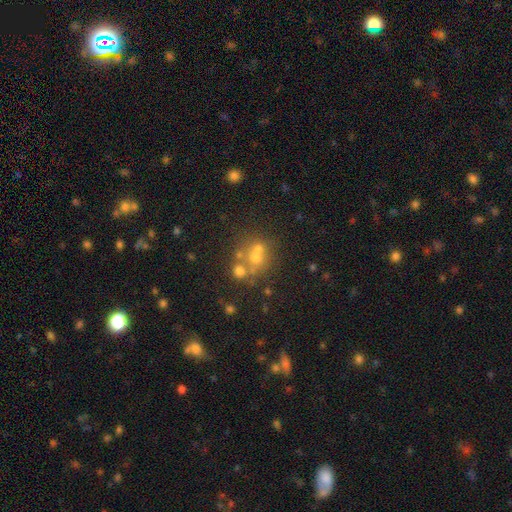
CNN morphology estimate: smooth 48%, star or artifact 28%, featured or disk 24%. Down the decision tree: merging — none (45%).